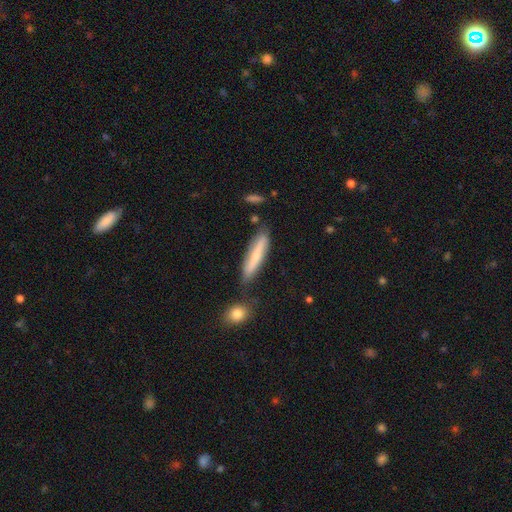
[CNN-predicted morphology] smooth-or-featured: smooth: 65% | featured or disk: 28% | star or artifact: 6%
  how-rounded: cigar-shaped: 87% | in between: 12% | round: 2%
  merging: none: 75% | minor disturbance: 15% | merger: 6% | major disturbance: 3%